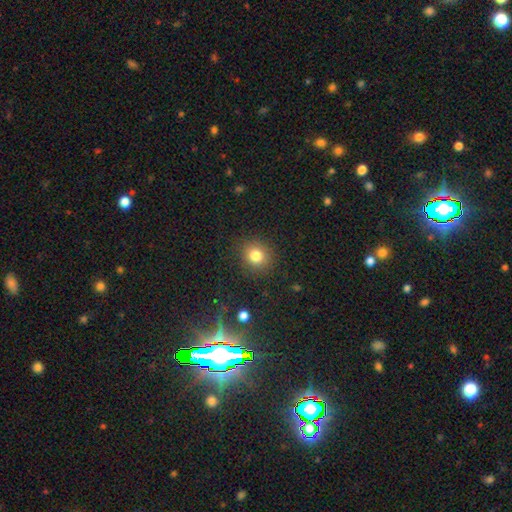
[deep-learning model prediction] smooth 81%, star or artifact 13%, featured or disk 7%. Down the decision tree: how rounded — round (85%); merging — none (89%).